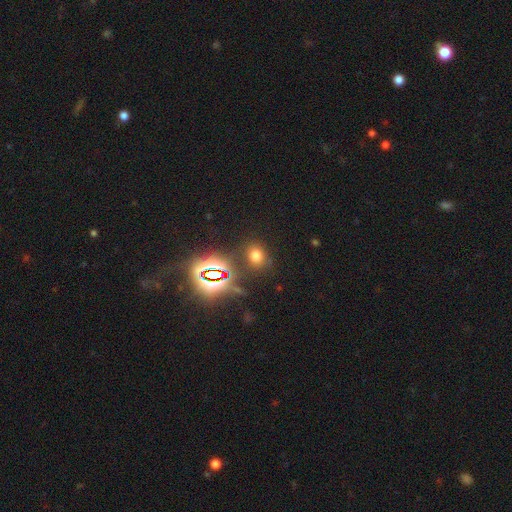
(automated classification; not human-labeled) Q: Smooth or featured?
A: smooth (63%); runner-up: star or artifact (31%)
Q: How rounded?
A: round (52%); runner-up: in between (47%)
Q: Merging?
A: none (80%); runner-up: minor disturbance (11%)